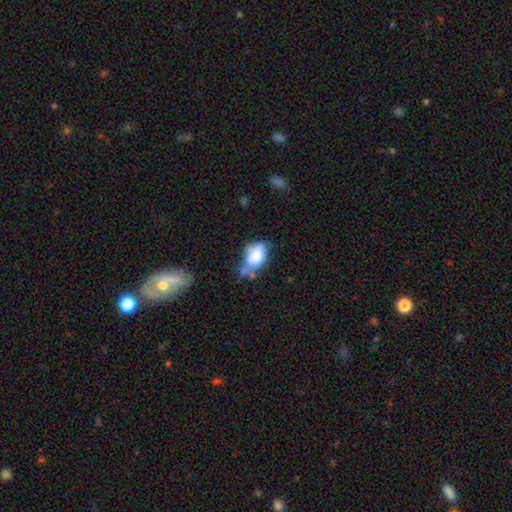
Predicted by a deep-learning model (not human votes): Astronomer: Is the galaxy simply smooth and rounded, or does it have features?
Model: smooth — 73%.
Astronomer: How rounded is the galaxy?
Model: in between — 84%.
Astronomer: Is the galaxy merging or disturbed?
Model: minor disturbance — 33% (runner-up: none, 32%).